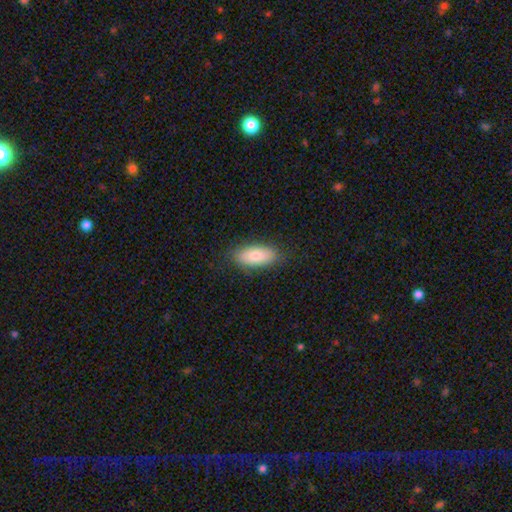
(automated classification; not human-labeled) Smooth or featured? smooth (80%)
How rounded? in between (88%)
Merging? none (84%)